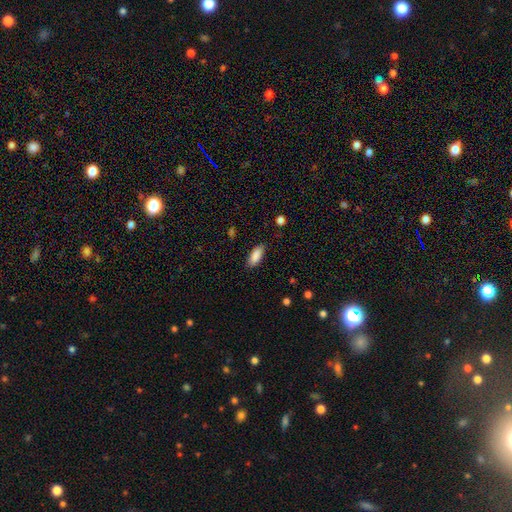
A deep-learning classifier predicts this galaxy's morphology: A smooth galaxy with no disk features (88%) that is in between round and cigar-shaped (78%).

Vote fractions:
- Smooth or featured? smooth: 88% / star or artifact: 7% / featured or disk: 5%
- How rounded? in between: 78% / cigar-shaped: 20% / round: 2%
- Merging? none: 84% / minor disturbance: 12% / major disturbance: 3% / merger: 1%